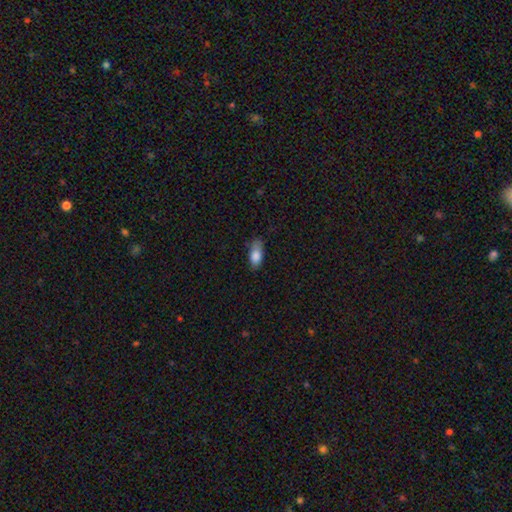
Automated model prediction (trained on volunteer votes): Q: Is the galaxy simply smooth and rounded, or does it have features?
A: smooth — 84%.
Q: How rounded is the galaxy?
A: in between — 86%.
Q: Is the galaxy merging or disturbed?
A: none — 62%.